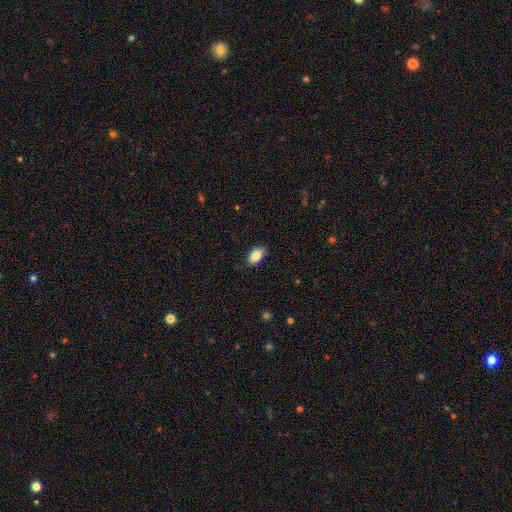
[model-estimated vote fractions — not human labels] A smooth galaxy with no disk features (87%) that is in between round and cigar-shaped (91%).

Vote fractions:
- Smooth or featured? smooth: 87% / star or artifact: 7% / featured or disk: 6%
- How rounded? in between: 91% / round: 7% / cigar-shaped: 2%
- Merging? none: 87% / minor disturbance: 10% / major disturbance: 2% / merger: 1%